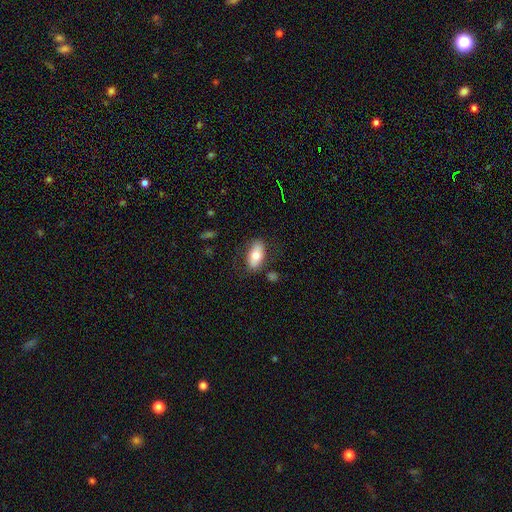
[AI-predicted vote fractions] Q: Smooth or featured?
A: smooth (74%); runner-up: featured or disk (19%)
Q: How rounded?
A: in between (90%); runner-up: cigar-shaped (6%)
Q: Merging?
A: none (79%); runner-up: minor disturbance (14%)